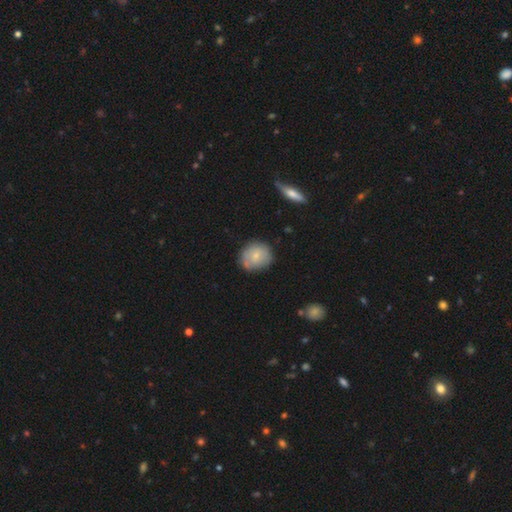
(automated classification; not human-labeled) The model was most divided on "smooth or featured": smooth: 70%, featured or disk: 23%, star or artifact: 7%. More confident: how rounded — round (77%); merging — none (70%).